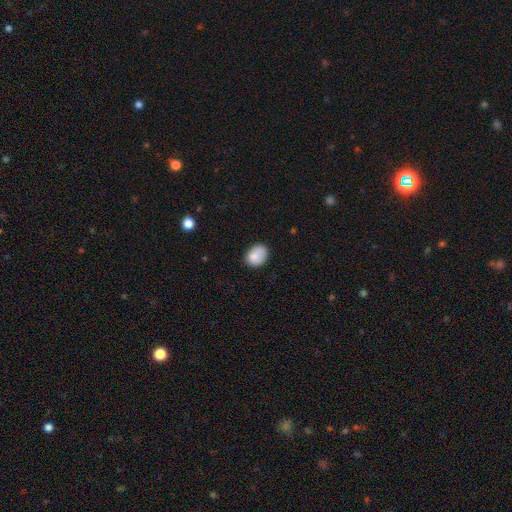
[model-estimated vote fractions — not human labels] A smooth galaxy with no disk features (85%) that is in between round and cigar-shaped (67%). Merging: none (71%).